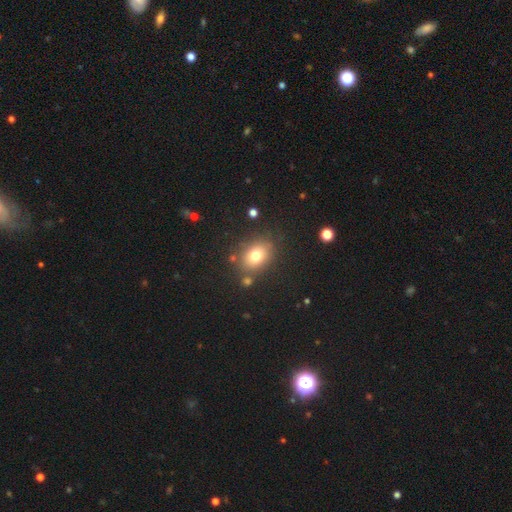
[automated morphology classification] A smooth galaxy with no disk features (75%) that is in between round and cigar-shaped (58%). Merging: none (79%).